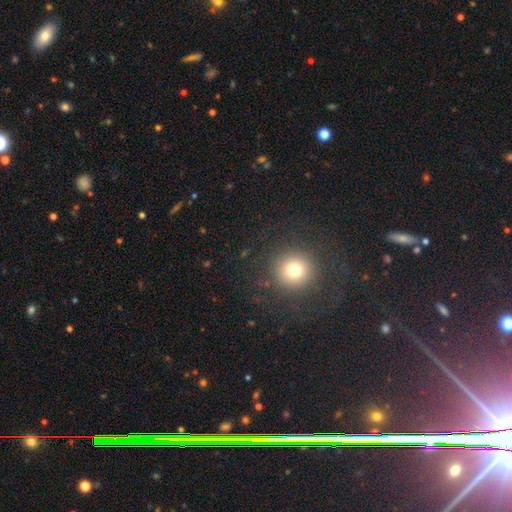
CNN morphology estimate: smooth-or-featured: smooth: 47% | star or artifact: 42% | featured or disk: 11%
  merging: none: 90% | minor disturbance: 5% | major disturbance: 3% | merger: 2%